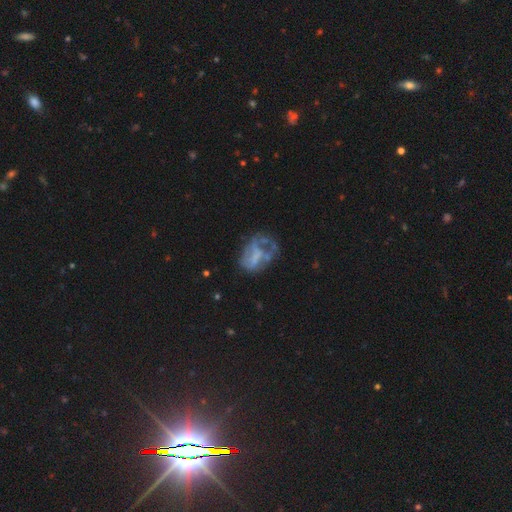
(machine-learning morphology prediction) smooth_or_featured: featured or disk (p=0.58) [alt: smooth p=0.30]
disk_edge_on: no (p=0.98) [alt: yes p=0.02]
bar: no (p=0.71) [alt: weak p=0.20]
has_spiral_arms: no (p=0.77) [alt: yes p=0.23]
bulge_size: none (p=0.68) [alt: small p=0.14]
merging: major disturbance (p=0.37) [alt: none p=0.33]